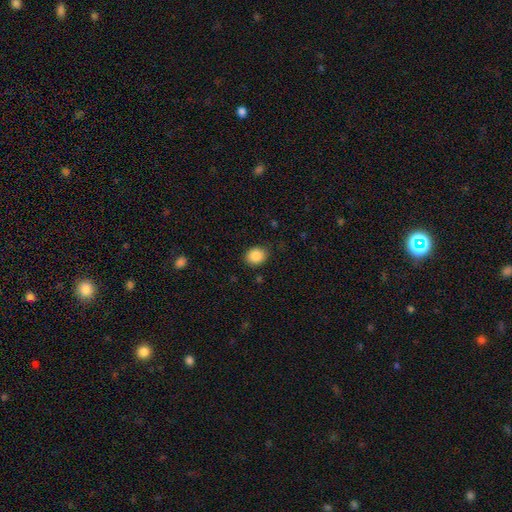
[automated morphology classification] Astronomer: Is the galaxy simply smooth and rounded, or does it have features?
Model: smooth — 87%.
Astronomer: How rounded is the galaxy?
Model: round — 65%.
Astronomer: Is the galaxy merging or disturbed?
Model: none — 86%.